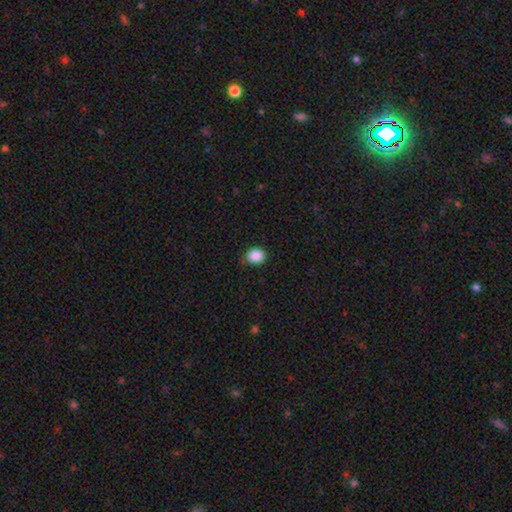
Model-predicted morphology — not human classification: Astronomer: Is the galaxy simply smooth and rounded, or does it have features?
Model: smooth — 88%.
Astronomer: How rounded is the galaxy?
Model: round — 62% (runner-up: in between, 37%).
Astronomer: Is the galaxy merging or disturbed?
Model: none — 83%.